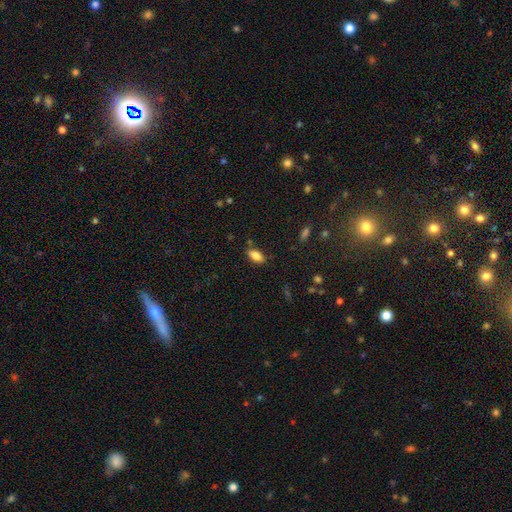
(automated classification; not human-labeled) Q: Smooth or featured?
A: smooth (84%); runner-up: star or artifact (9%)
Q: How rounded?
A: in between (89%); runner-up: cigar-shaped (8%)
Q: Merging?
A: none (80%); runner-up: minor disturbance (14%)